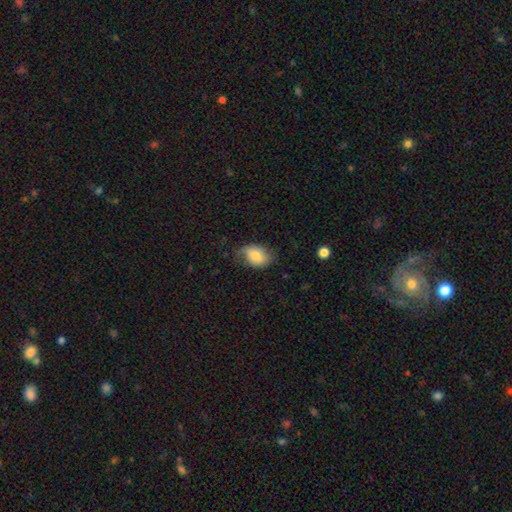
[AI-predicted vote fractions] A smooth galaxy with no disk features (75%) that is in between round and cigar-shaped (83%). Merging: none (54%).